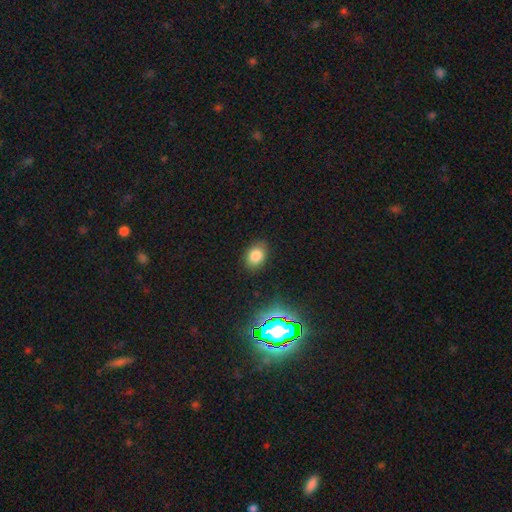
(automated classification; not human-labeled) smooth-or-featured: smooth: 80% | star or artifact: 14% | featured or disk: 7%
  how-rounded: in between: 69% | round: 30% | cigar-shaped: 1%
  merging: none: 85% | minor disturbance: 11% | major disturbance: 3% | merger: 1%